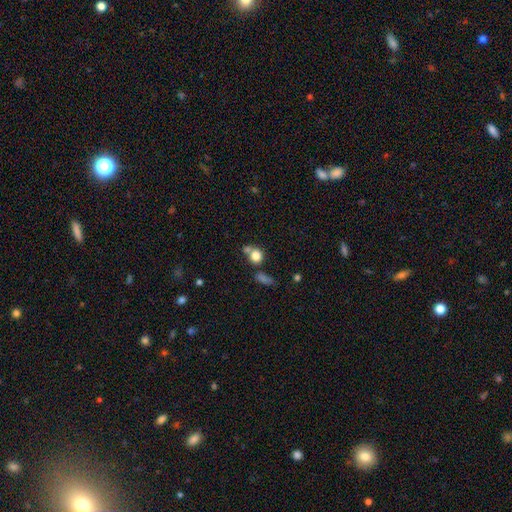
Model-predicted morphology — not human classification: Smooth or featured? Predicted: smooth (p=0.79). How rounded? Predicted: round (p=0.80). Merging? Predicted: none (p=0.49).